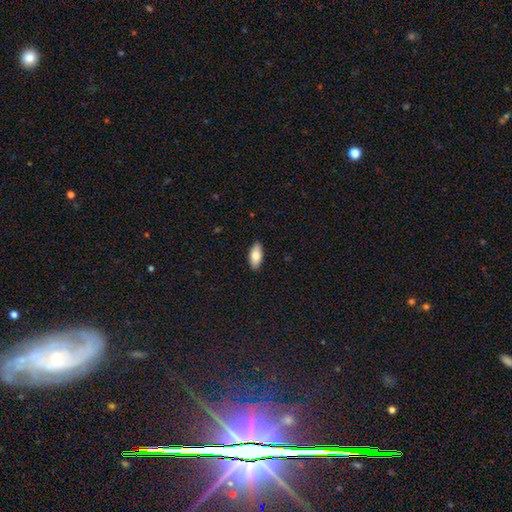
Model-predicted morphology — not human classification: Smooth or featured? Predicted: smooth (p=0.80). How rounded? Predicted: in between (p=0.88). Merging? Predicted: none (p=0.90).